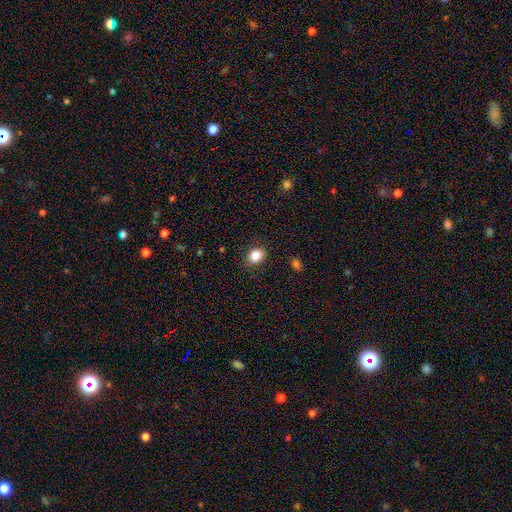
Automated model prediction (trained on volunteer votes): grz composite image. It shows a smooth galaxy with no disk features (85%) that is in between round and cigar-shaped (52%). Merging: none (87%).